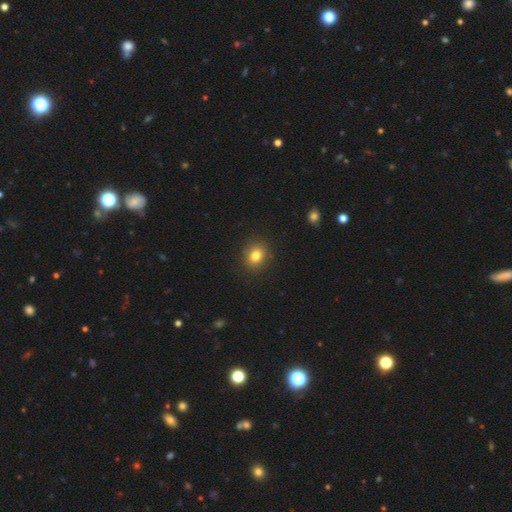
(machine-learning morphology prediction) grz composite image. It shows a smooth galaxy with no disk features (80%) that is round (71%). Merging: none (88%).